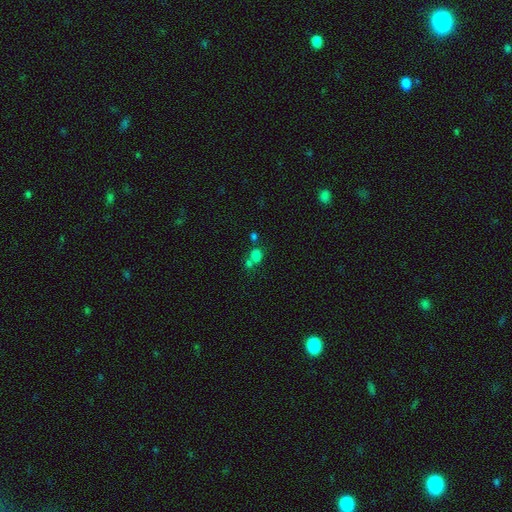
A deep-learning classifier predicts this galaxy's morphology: The model was most divided on "merging": none: 44%, merger: 41%, minor disturbance: 10%, major disturbance: 6%. More confident: smooth or featured — smooth (73%); how rounded — round (58%).